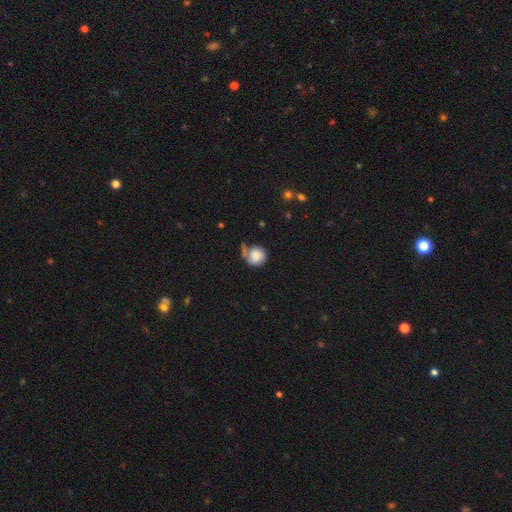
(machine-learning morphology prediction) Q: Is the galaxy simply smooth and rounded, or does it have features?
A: smooth — 79%.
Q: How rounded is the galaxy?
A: round — 87%.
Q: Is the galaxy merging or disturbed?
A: none — 45%.